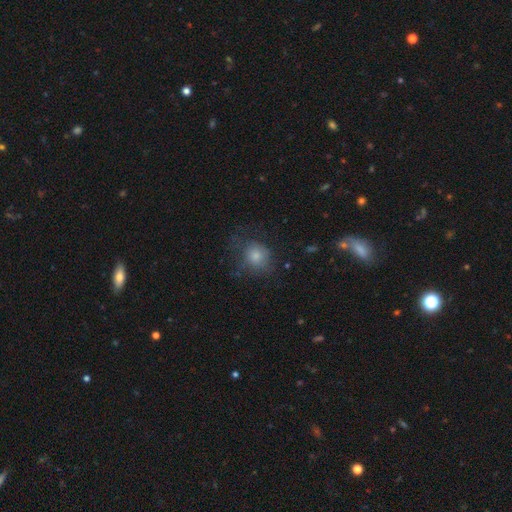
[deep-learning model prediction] This is likely a smooth galaxy (66%). How rounded: likely round (76%). Merging: possibly none (60%).